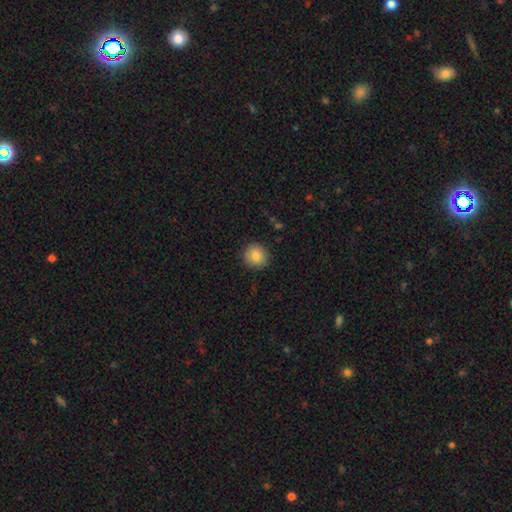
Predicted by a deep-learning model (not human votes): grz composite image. It shows a smooth galaxy with no disk features (83%) that is round (91%). Merging: none (90%).